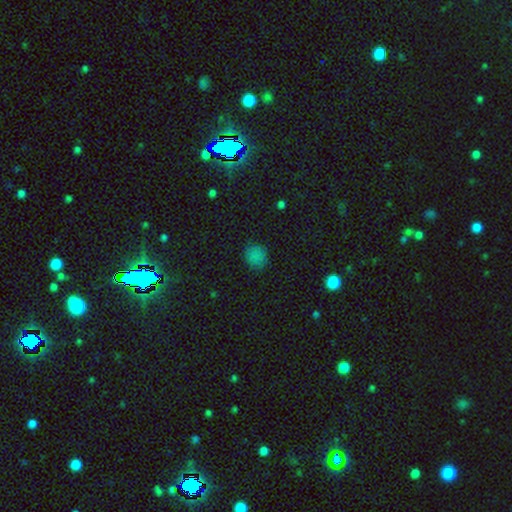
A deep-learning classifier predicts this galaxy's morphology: The model was most divided on "smooth or featured": smooth: 79%, star or artifact: 17%, featured or disk: 4%. More confident: merging — none (85%); how rounded — round (82%).